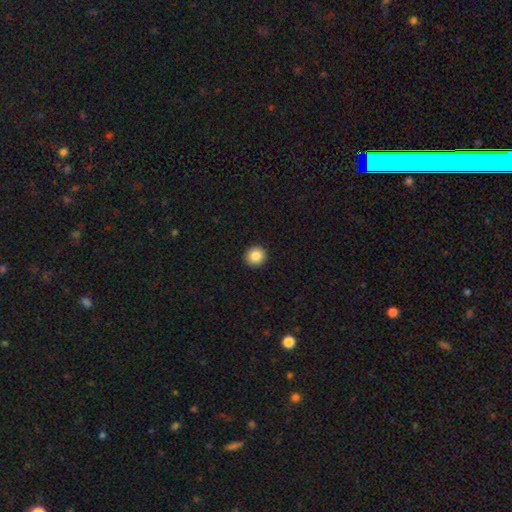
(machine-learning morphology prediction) A smooth galaxy with no disk features (86%) that is round (93%).

Vote fractions:
- Smooth or featured? smooth: 86% / star or artifact: 9% / featured or disk: 5%
- How rounded? round: 93% / in between: 6% / cigar-shaped: 1%
- Merging? none: 93% / minor disturbance: 4% / major disturbance: 1% / merger: 1%